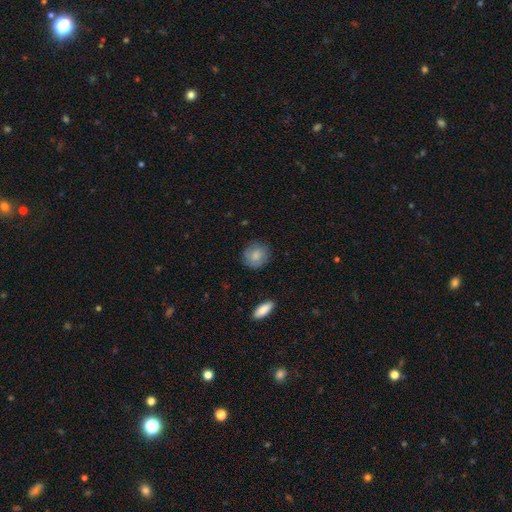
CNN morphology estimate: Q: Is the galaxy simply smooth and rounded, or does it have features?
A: smooth — 73%.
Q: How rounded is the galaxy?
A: round — 85%.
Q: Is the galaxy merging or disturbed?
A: none — 82%.